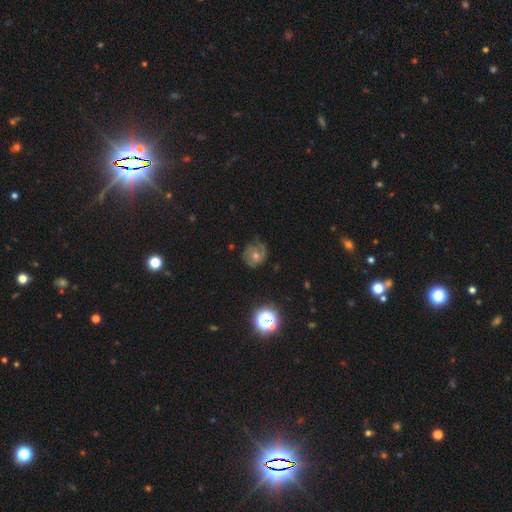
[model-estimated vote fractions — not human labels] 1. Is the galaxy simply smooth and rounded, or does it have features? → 56% featured or disk, 26% smooth, 18% star or artifact.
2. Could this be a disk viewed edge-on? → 97% no, 3% yes.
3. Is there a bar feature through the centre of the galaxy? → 81% no, 16% weak, 4% strong.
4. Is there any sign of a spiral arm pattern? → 79% yes, 21% no.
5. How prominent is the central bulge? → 65% moderate, 28% small, 4% large, 2% none, 1% dominant.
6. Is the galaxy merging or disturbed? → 67% none, 22% minor disturbance, 9% major disturbance, 2% merger.